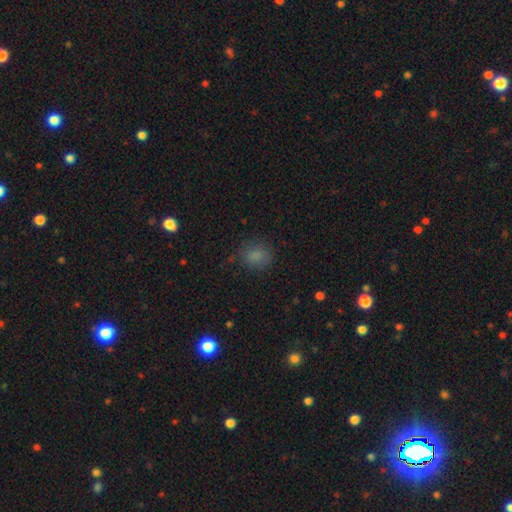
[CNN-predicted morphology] Smooth or featured? Predicted: smooth (p=0.82). How rounded? Predicted: round (p=0.69). Merging? Predicted: none (p=0.79).